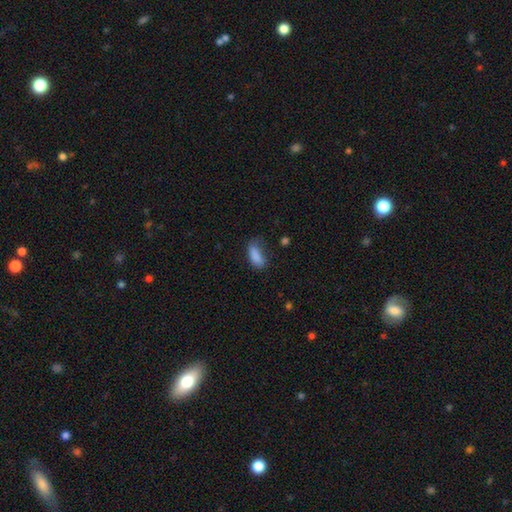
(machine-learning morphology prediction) This is clearly a smooth galaxy (84%). How rounded: clearly in between (82%). Merging: marginally none (45%).